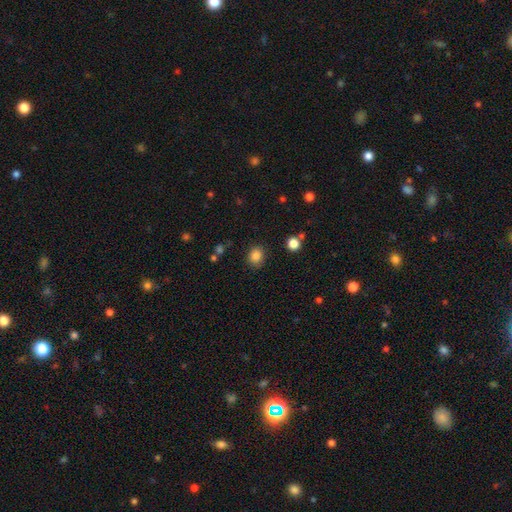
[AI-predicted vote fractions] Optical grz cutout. It shows a smooth galaxy with no disk features (85%) that is round (67%). Merging: none (83%).